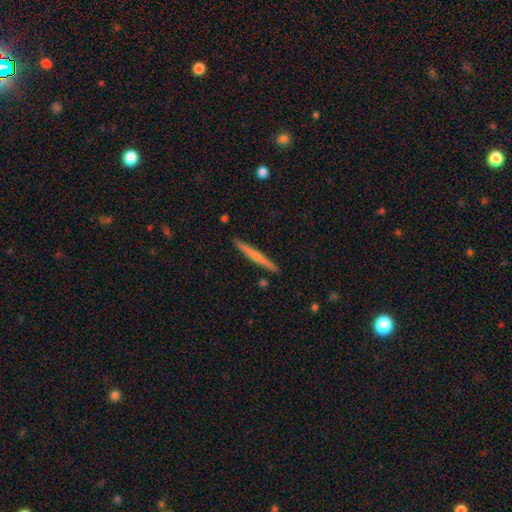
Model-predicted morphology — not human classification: A smooth galaxy with no disk features (48%). Merging: none (91%).